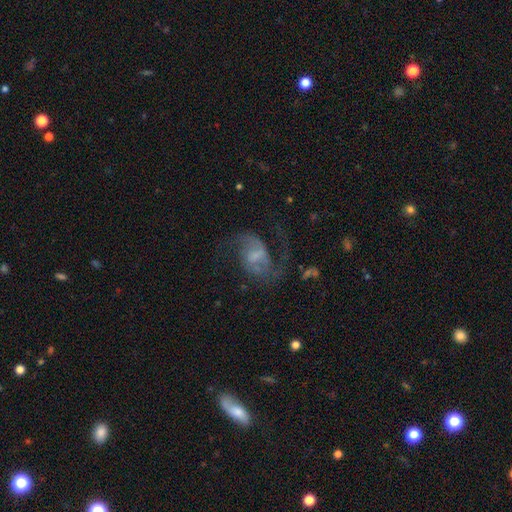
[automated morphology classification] smooth-or-featured: featured or disk: 84% | smooth: 9% | star or artifact: 7%
  disk-edge-on: no: 98% | yes: 2%
    bar: weak: 55% | no: 24% | strong: 21%
    has-spiral-arms: yes: 96% | no: 4%
      spiral-winding: loose: 47% | medium: 45% | tight: 8%
      spiral-arm-count: 2: 91% | can't tell: 3% | 1: 3% | 3: 1% | 4: 1% | more than 4: 1%
    bulge-size: none: 36% | small: 32% | moderate: 23% | large: 7% | dominant: 2%
  merging: none: 65% | major disturbance: 18% | minor disturbance: 15% | merger: 3%